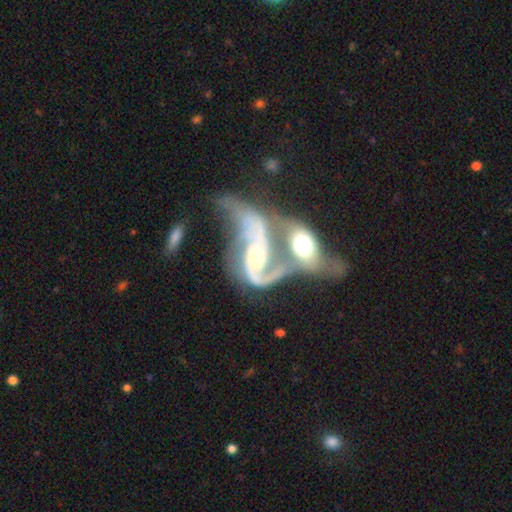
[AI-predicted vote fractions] smooth_or_featured: featured or disk (p=0.85) [alt: smooth p=0.09]
disk_edge_on: no (p=0.95) [alt: yes p=0.05]
bar: no (p=0.51) [alt: weak p=0.33]
has_spiral_arms: yes (p=0.93) [alt: no p=0.07]
spiral_winding: loose (p=0.51) [alt: medium p=0.36]
spiral_arm_count: 2 (p=0.77) [alt: can't tell p=0.09]
bulge_size: moderate (p=0.54) [alt: small p=0.34]
merging: merger (p=0.72) [alt: major disturbance p=0.14]